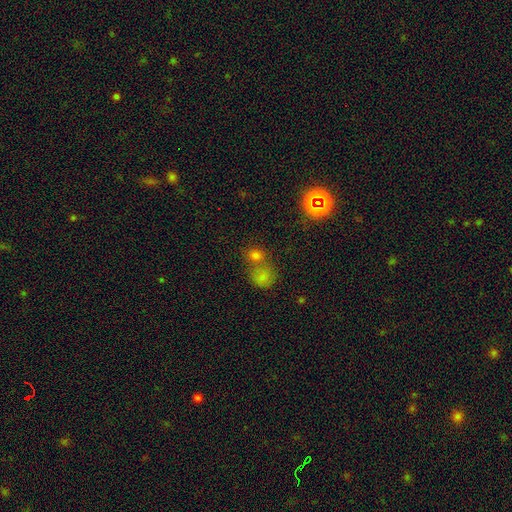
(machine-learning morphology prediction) Overall: smooth (42%, tied with star or artifact). Merging: none (50%; merger 33%).